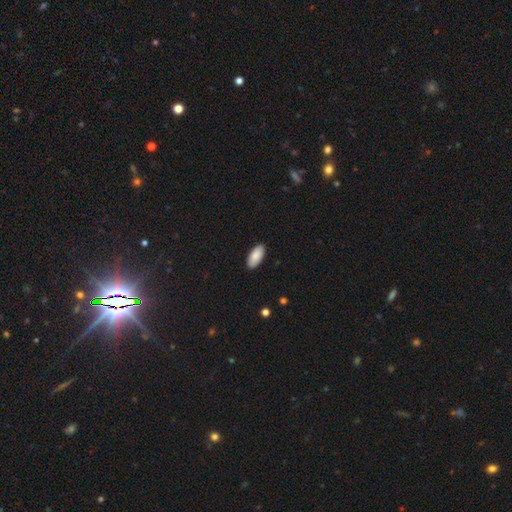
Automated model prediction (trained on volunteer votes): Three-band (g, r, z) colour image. It shows a smooth galaxy with no disk features (89%) that is in between round and cigar-shaped (92%). Merging: none (90%).